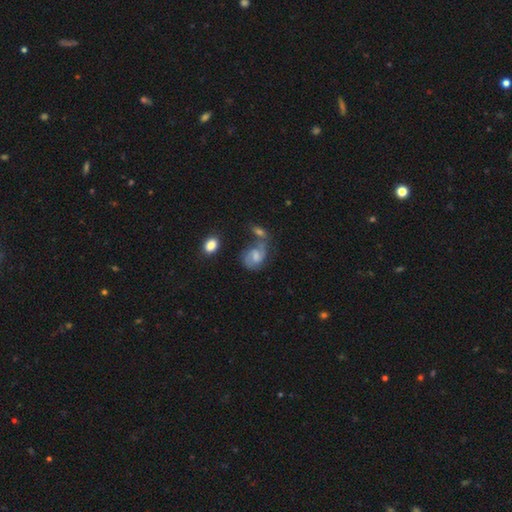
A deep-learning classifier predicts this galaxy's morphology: Q: Smooth or featured?
A: featured or disk (63%); runner-up: smooth (29%)
Q: Edge-on disk?
A: no (97%); runner-up: yes (3%)
Q: Bar?
A: weak (48%); runner-up: no (42%)
Q: Spiral arms?
A: yes (89%); runner-up: no (11%)
Q: Spiral winding?
A: medium (50%); runner-up: tight (26%)
Q: Spiral arm count?
A: 2 (76%); runner-up: can't tell (11%)
Q: Bulge size?
A: small (39%); runner-up: moderate (33%)
Q: Merging?
A: none (40%); runner-up: merger (25%)